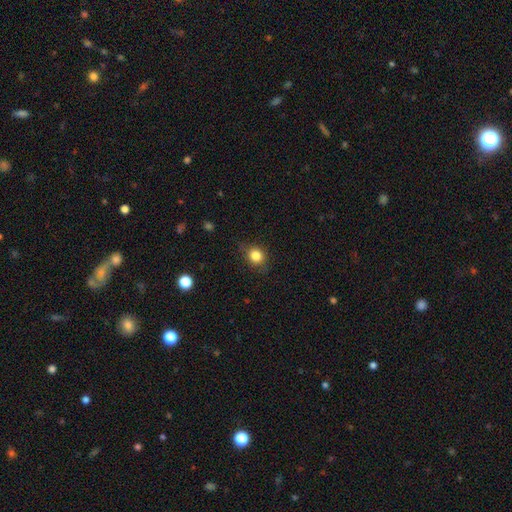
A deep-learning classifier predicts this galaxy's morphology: Overall: smooth (83%). How rounded: round (75%). Merging: none (78%).